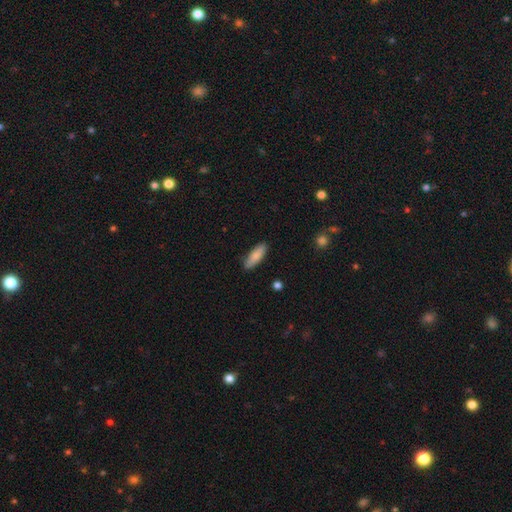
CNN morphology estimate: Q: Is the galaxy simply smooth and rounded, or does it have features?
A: smooth — 83%.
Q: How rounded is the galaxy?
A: in between — 52%.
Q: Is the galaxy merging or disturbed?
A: none — 84%.